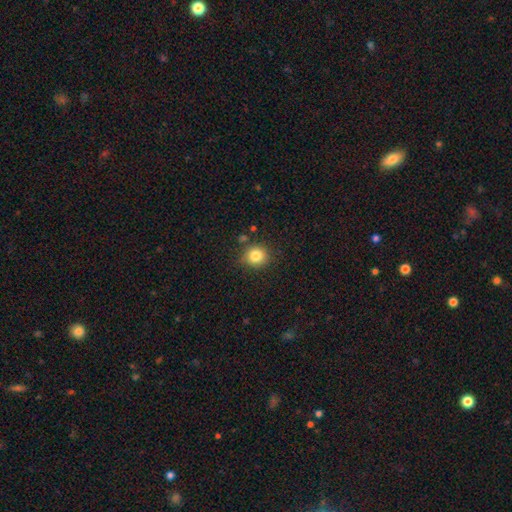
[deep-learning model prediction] The model was most divided on "merging": none: 82%, minor disturbance: 11%, merger: 4%, major disturbance: 3%. More confident: how rounded — round (87%); smooth or featured — smooth (83%).